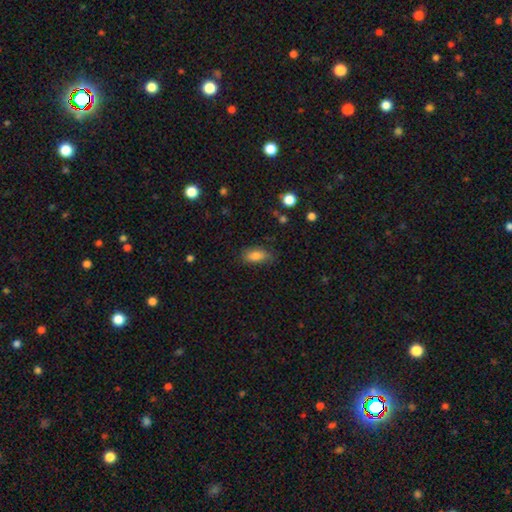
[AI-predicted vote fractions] Smooth or featured?
  - smooth: 81% *
  - featured or disk: 11%
  - star or artifact: 8%
How rounded?
  - in between: 89% *
  - cigar-shaped: 7%
  - round: 5%
Merging?
  - none: 71% *
  - minor disturbance: 22%
  - major disturbance: 5%
  - merger: 2%